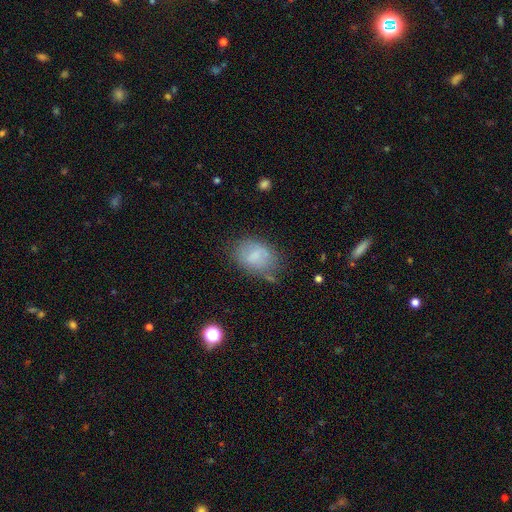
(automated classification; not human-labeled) Smooth or featured? Predicted: smooth (p=0.68). How rounded? Predicted: in between (p=0.81). Merging? Predicted: none (p=0.57).